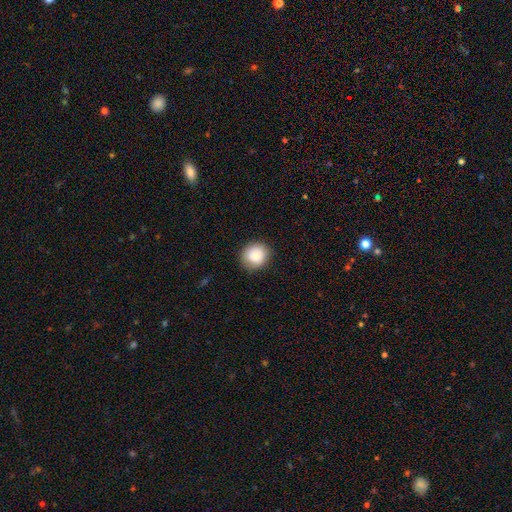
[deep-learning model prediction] This is clearly a smooth galaxy (83%). How rounded: clearly round (87%). Merging: clearly none (87%).